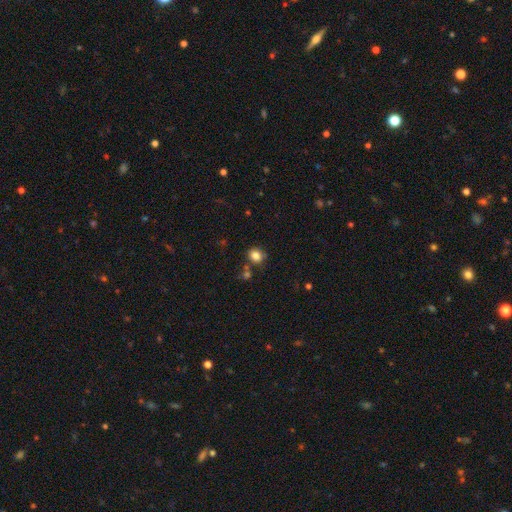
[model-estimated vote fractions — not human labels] Overall: smooth (83%). How rounded: round (75%). Merging: none (77%).